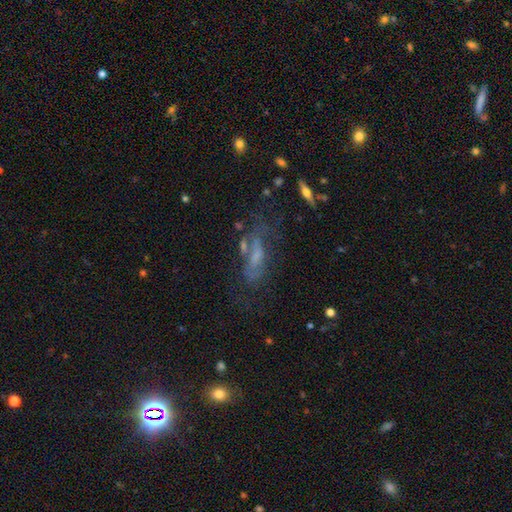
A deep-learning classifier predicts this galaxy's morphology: Smooth or featured? Predicted: featured or disk (p=0.52). Edge-on disk? Predicted: no (p=0.79). Merging? Predicted: none (p=0.47).